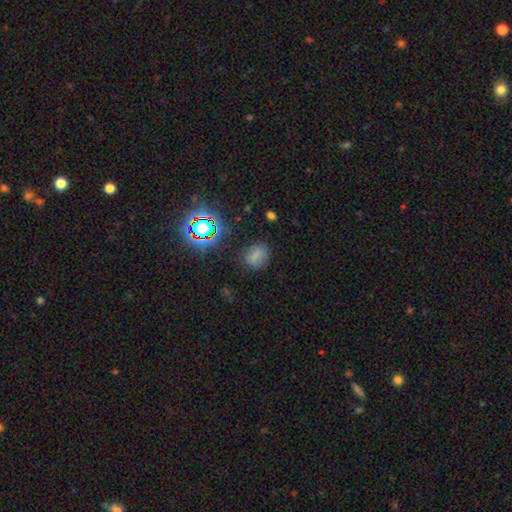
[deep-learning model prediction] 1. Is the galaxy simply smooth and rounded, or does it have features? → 69% smooth, 22% star or artifact, 10% featured or disk.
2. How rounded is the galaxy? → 53% in between, 45% round, 2% cigar-shaped.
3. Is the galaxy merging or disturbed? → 79% none, 14% minor disturbance, 5% major disturbance, 2% merger.